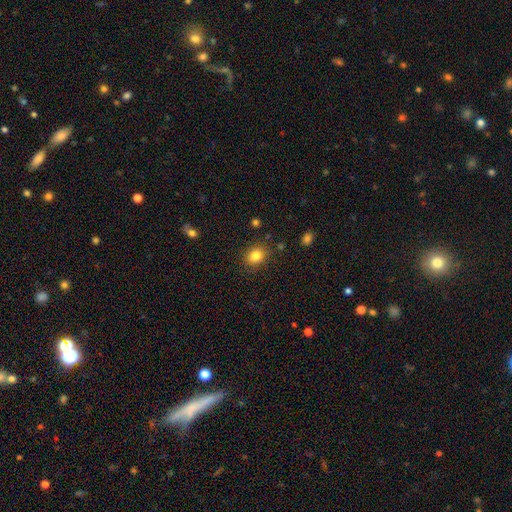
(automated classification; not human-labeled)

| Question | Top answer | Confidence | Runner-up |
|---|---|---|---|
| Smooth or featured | smooth | 83% | star or artifact (11%) |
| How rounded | round | 60% | in between (39%) |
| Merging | none | 85% | minor disturbance (10%) |